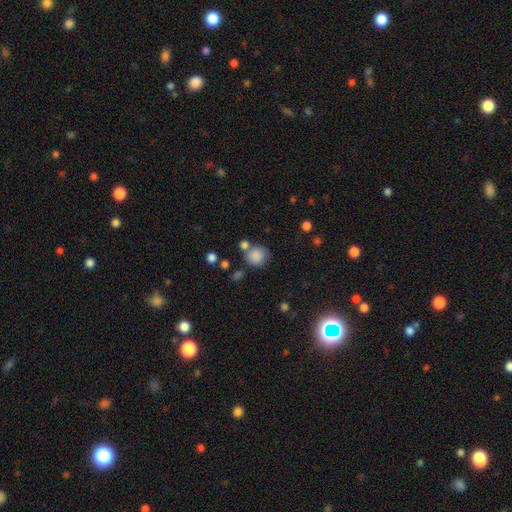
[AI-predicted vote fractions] This is clearly a smooth galaxy (85%). How rounded: clearly round (84%). Merging: likely none (64%).